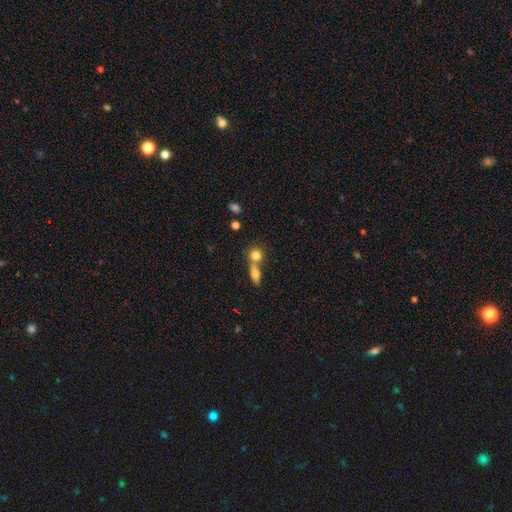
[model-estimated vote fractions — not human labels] smooth-or-featured: smooth: 78% | featured or disk: 13% | star or artifact: 10%
  how-rounded: round: 72% | in between: 24% | cigar-shaped: 4%
  merging: merger: 54% | none: 37% | minor disturbance: 6% | major disturbance: 3%